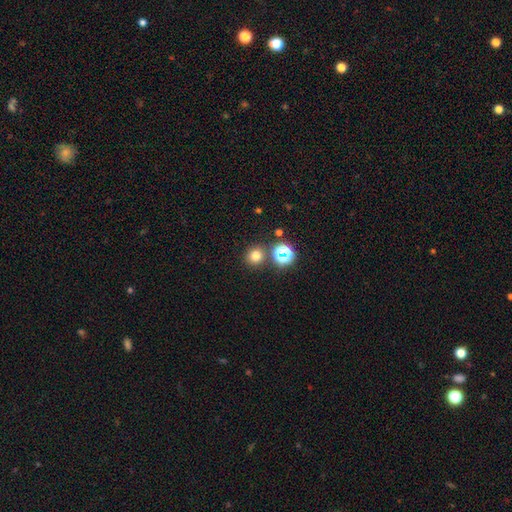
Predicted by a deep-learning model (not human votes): The model was most divided on "smooth or featured": smooth: 73%, star or artifact: 20%, featured or disk: 7%. More confident: how rounded — round (91%); merging — none (83%).